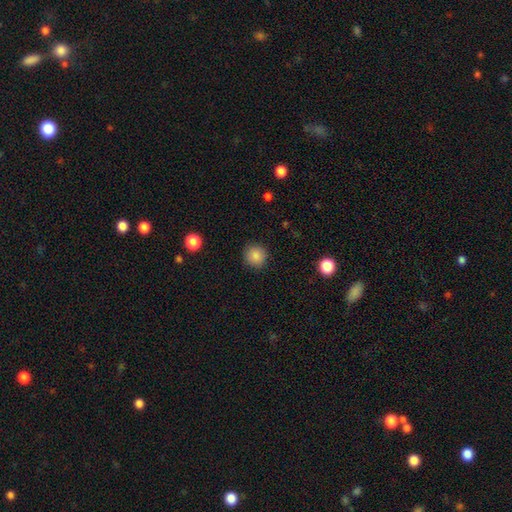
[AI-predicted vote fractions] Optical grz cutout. It shows a smooth galaxy with no disk features (87%) that is round (93%). Merging: none (90%).